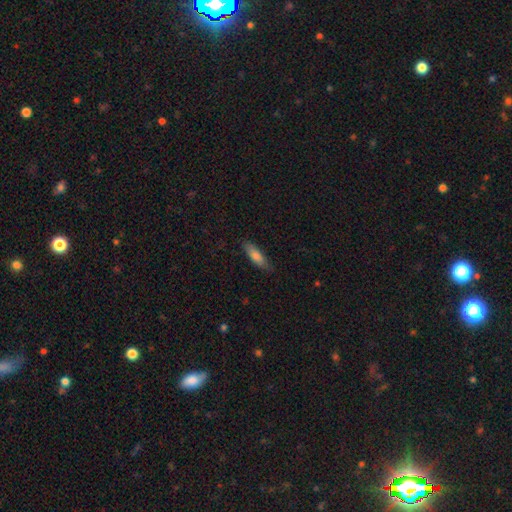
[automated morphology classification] smooth 77%, featured or disk 17%, star or artifact 6%. Down the decision tree: how rounded — cigar-shaped (50%); merging — none (79%).